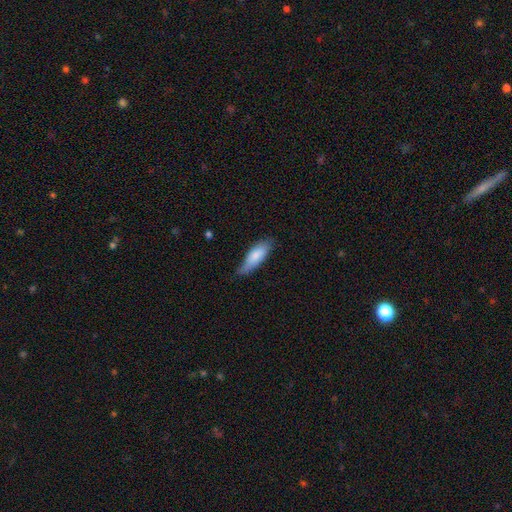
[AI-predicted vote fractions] smooth_or_featured: smooth (p=0.79) [alt: featured or disk p=0.15]
how_rounded: in between (p=0.63) [alt: cigar-shaped p=0.35]
merging: none (p=0.61) [alt: minor disturbance p=0.32]